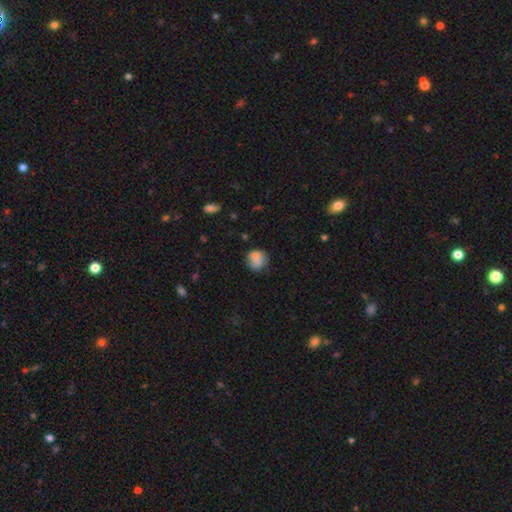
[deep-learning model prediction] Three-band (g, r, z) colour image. It shows a smooth galaxy with no disk features (77%) that is round (78%). Merging: none (59%).